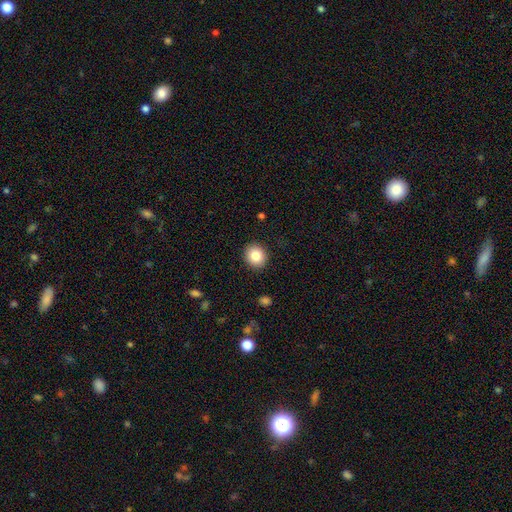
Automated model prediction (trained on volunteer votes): Smooth or featured? Predicted: smooth (p=0.84). How rounded? Predicted: round (p=0.82). Merging? Predicted: none (p=0.91).